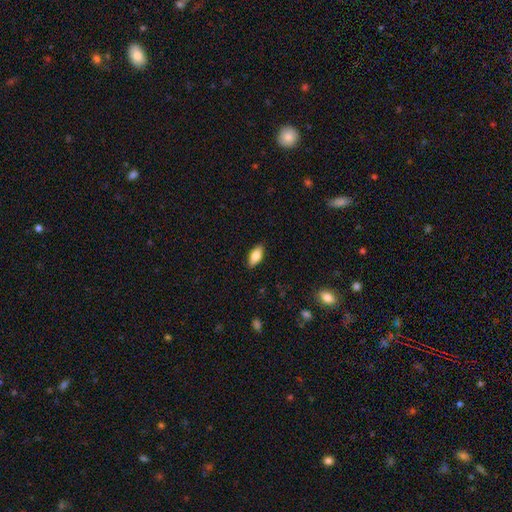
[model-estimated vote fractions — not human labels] This is likely a smooth galaxy (78%). How rounded: clearly in between (85%). Merging: clearly none (88%).